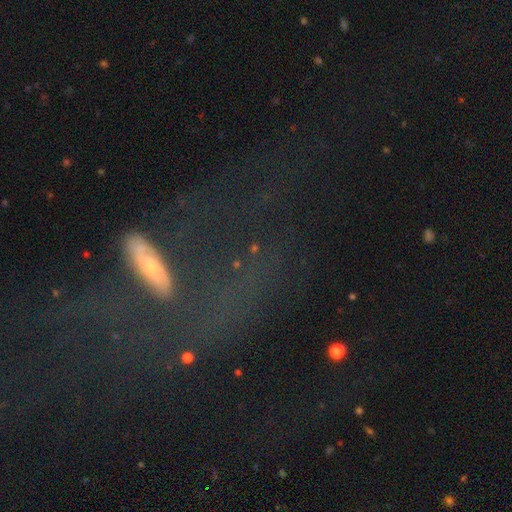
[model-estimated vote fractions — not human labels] Overall: featured or disk (38%; star or artifact 32%). Merging: major disturbance (38%; none 34%).